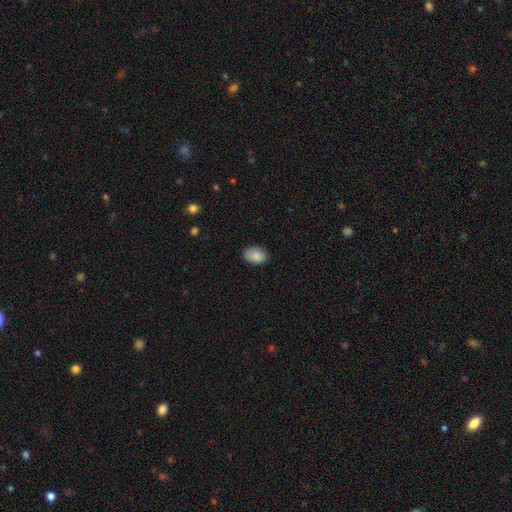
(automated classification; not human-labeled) A smooth galaxy with no disk features (88%) that is in between round and cigar-shaped (85%).

Vote fractions:
- Smooth or featured? smooth: 88% / star or artifact: 7% / featured or disk: 5%
- How rounded? in between: 85% / round: 14% / cigar-shaped: 1%
- Merging? none: 85% / minor disturbance: 12% / major disturbance: 2% / merger: 1%